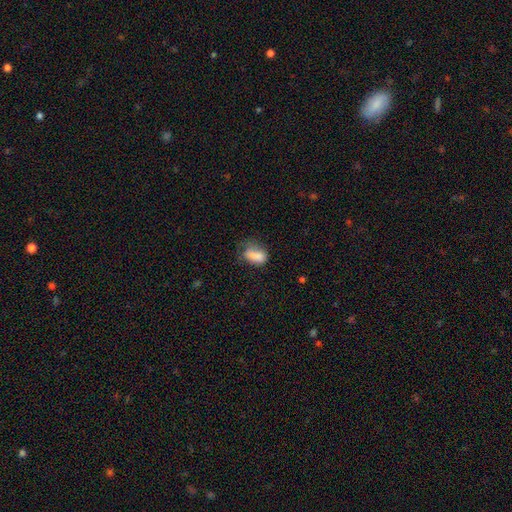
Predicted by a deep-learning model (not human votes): This is likely a smooth galaxy (79%). How rounded: clearly in between (87%). Merging: marginally none (35%).